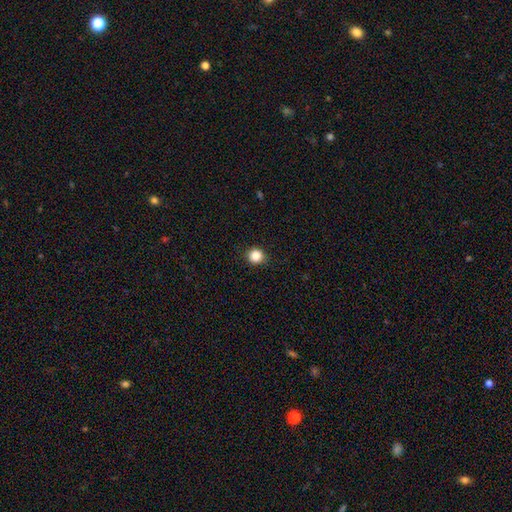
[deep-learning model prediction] Overall: smooth (85%). How rounded: round (92%). Merging: none (92%).